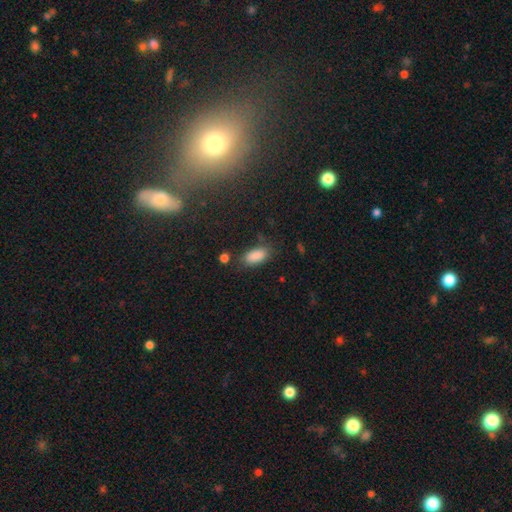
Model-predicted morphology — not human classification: A smooth galaxy with no disk features (87%) that is in between round and cigar-shaped (90%).

Vote fractions:
- Smooth or featured? smooth: 87% / star or artifact: 8% / featured or disk: 5%
- How rounded? in between: 90% / cigar-shaped: 7% / round: 3%
- Merging? none: 74% / minor disturbance: 17% / major disturbance: 5% / merger: 4%